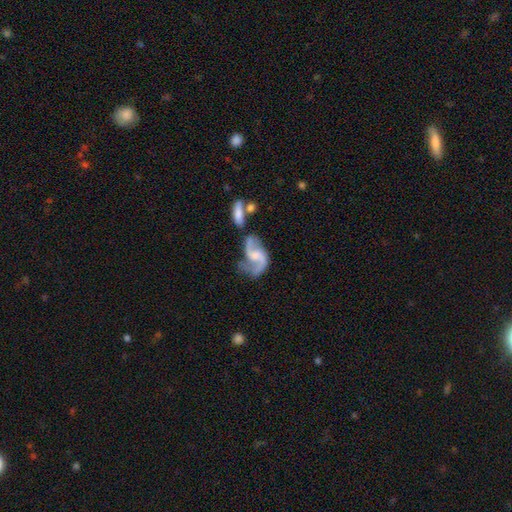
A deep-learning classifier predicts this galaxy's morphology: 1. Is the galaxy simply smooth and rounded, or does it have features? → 86% featured or disk, 9% smooth, 5% star or artifact.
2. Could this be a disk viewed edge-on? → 97% no, 3% yes.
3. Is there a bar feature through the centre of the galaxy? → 46% weak, 44% no, 10% strong.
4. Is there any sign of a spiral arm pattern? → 95% yes, 5% no.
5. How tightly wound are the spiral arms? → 64% loose, 30% medium, 6% tight.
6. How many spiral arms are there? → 90% 2, 4% 1, 3% can't tell, 1% 3, 1% 4, 1% more than 4.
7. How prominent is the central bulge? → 32% moderate, 31% small, 30% none, 6% large, 1% dominant.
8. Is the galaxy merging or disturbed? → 47% none, 20% minor disturbance, 18% merger, 15% major disturbance.